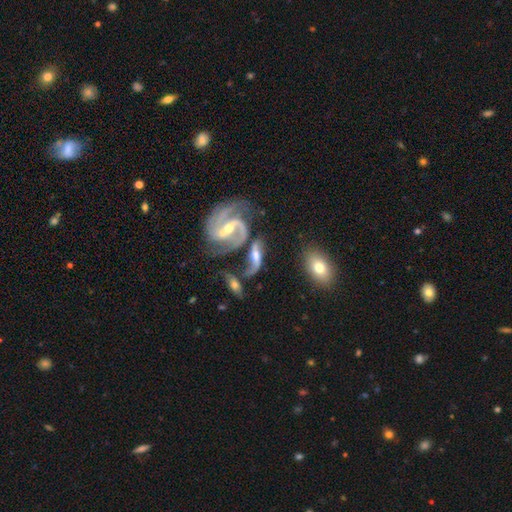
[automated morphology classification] type=featured or disk (73%); edge-on=no (89%); bar=weak (41%); spiral arms=yes (86%); winding=loose (58%); arm count=2 (84%); bulge=moderate (51%); merging=merger (35%).